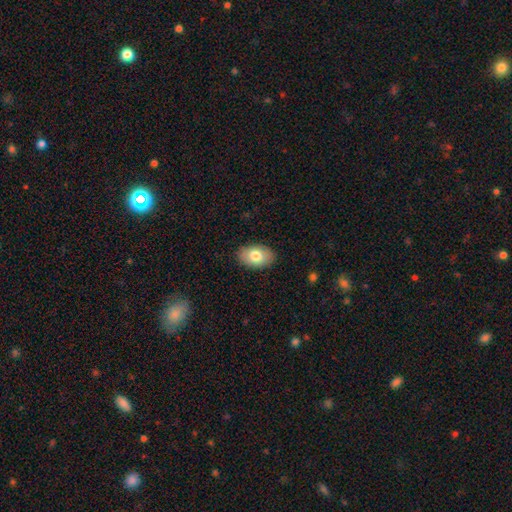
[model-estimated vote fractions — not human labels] Morphology: type=smooth (78%); roundness=in between (90%); merging=none (87%).